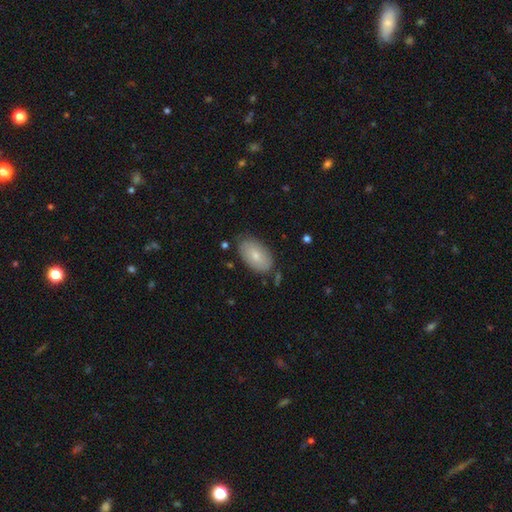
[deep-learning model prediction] Q: Smooth or featured?
A: smooth (71%); runner-up: featured or disk (23%)
Q: How rounded?
A: in between (94%); runner-up: round (5%)
Q: Merging?
A: none (77%); runner-up: minor disturbance (17%)